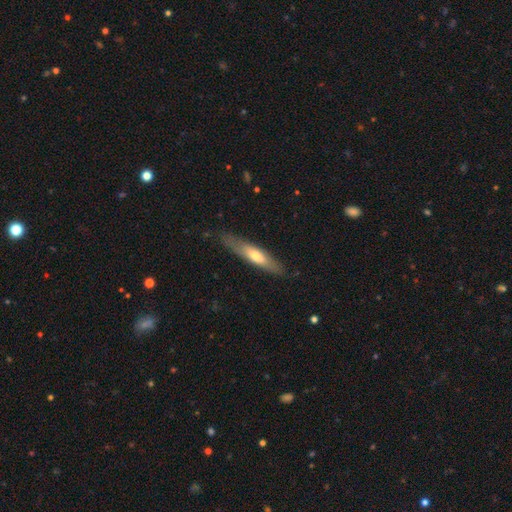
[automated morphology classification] smooth_or_featured: smooth (p=0.53) [alt: featured or disk p=0.42]
how_rounded: cigar-shaped (p=0.81) [alt: in between p=0.18]
merging: none (p=0.82) [alt: minor disturbance p=0.14]